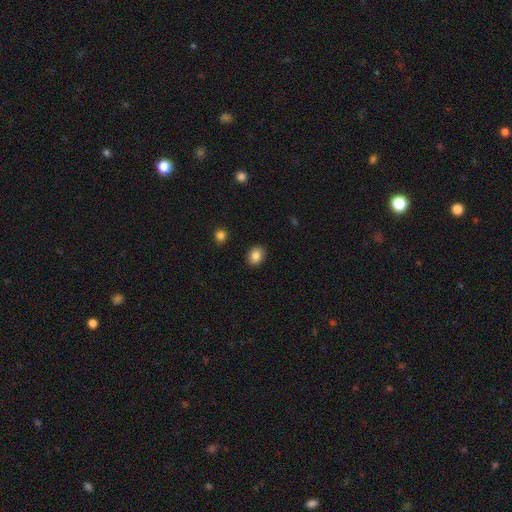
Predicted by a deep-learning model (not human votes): This is clearly a smooth galaxy (86%). How rounded: possibly in between (50%). Merging: clearly none (90%).